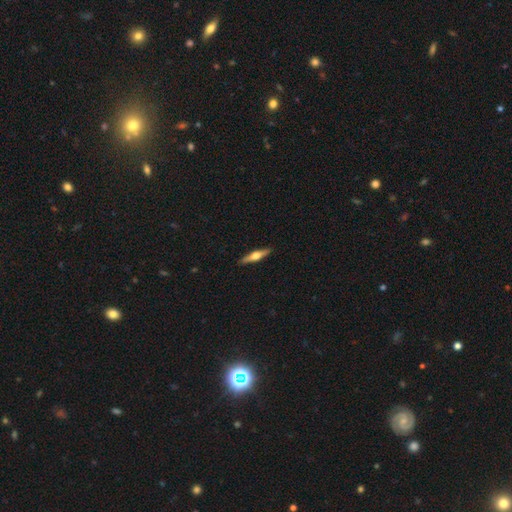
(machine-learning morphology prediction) Smooth or featured: featured or disk — 61% (smooth — 33%)
Edge-on disk: yes — 97% (no — 3%)
Edge-on bulge: rounded — 93% (boxy — 4%)
Merging: none — 91% (minor disturbance — 6%)